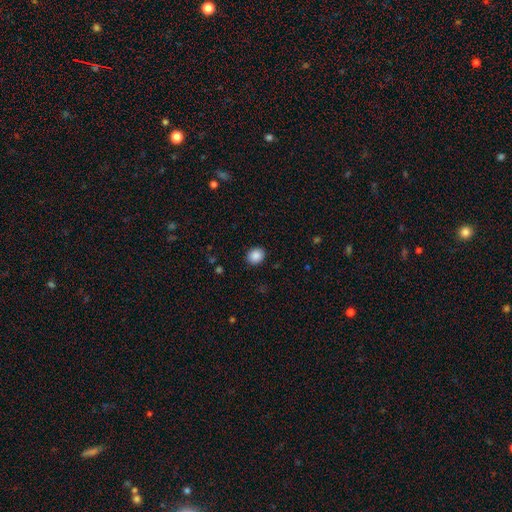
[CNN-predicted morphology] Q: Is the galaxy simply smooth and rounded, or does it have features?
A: smooth — 88%.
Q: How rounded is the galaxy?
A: round — 69%.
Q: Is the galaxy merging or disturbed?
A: none — 89%.